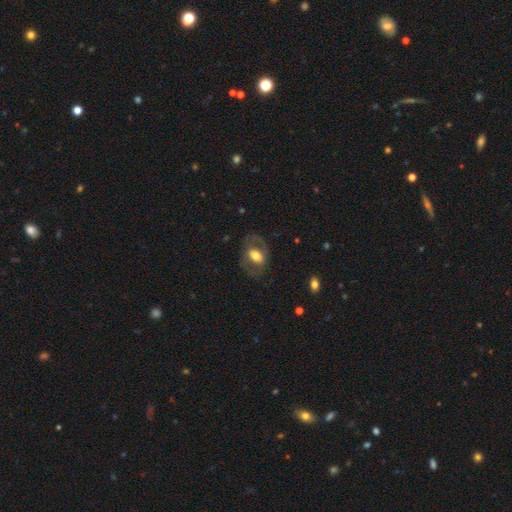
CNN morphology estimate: A smooth galaxy with no disk features (47%). Merging: none (70%).